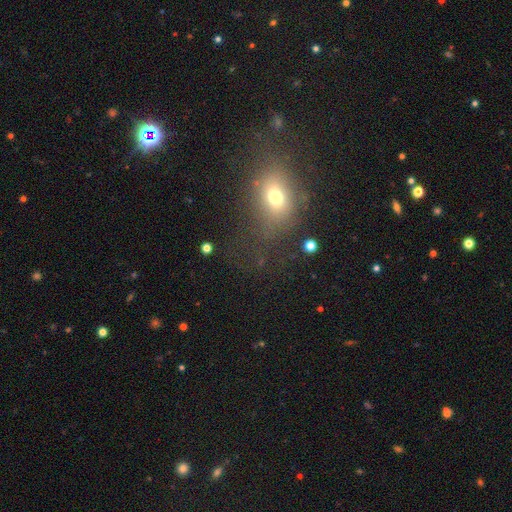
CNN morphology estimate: Overall: smooth (58%; star or artifact 27%). How rounded: in between (62%; round 35%). Merging: none (63%).